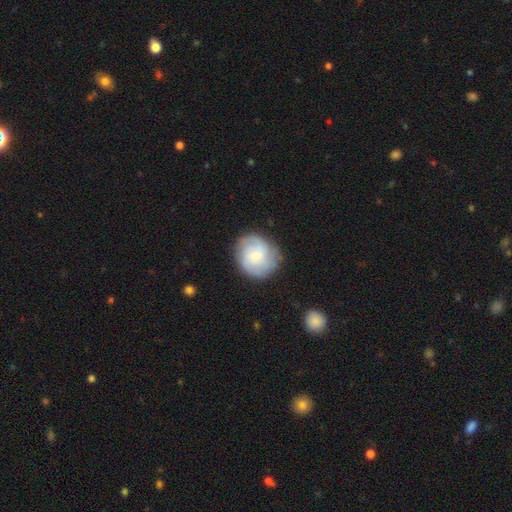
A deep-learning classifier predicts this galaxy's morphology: A featured or disk galaxy (61%) with no bar (61%), tight (56%) spiral arms (91%) and a small central bulge (64%).

Vote fractions:
- Smooth or featured? featured or disk: 61% / smooth: 32% / star or artifact: 7%
- Edge-on disk? no: 98% / yes: 2%
- Bar? no: 61% / weak: 34% / strong: 5%
- Spiral arms? yes: 91% / no: 9%
- Spiral winding? tight: 56% / medium: 34% / loose: 10%
- Spiral arm count? can't tell: 35% / 2: 26% / 3: 22% / 4: 7% / 1: 5% / more than 4: 5%
- Bulge size? small: 64% / moderate: 22% / none: 8% / large: 4% / dominant: 1%
- Merging? none: 77% / minor disturbance: 16% / major disturbance: 6% / merger: 1%